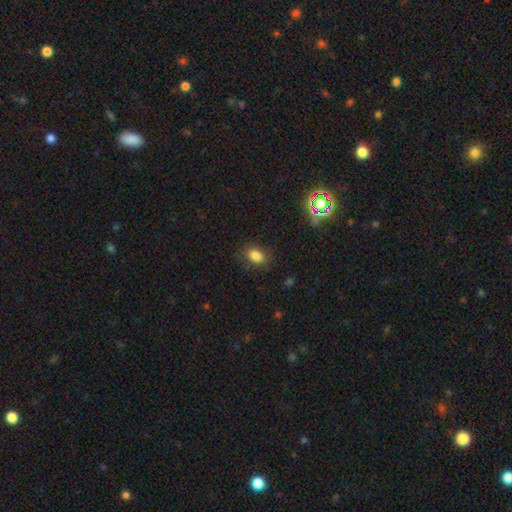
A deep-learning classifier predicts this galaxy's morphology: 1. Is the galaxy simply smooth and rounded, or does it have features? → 81% smooth, 12% star or artifact, 7% featured or disk.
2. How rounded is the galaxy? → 78% in between, 20% round, 2% cigar-shaped.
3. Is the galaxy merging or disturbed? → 78% none, 15% minor disturbance, 5% major disturbance, 1% merger.